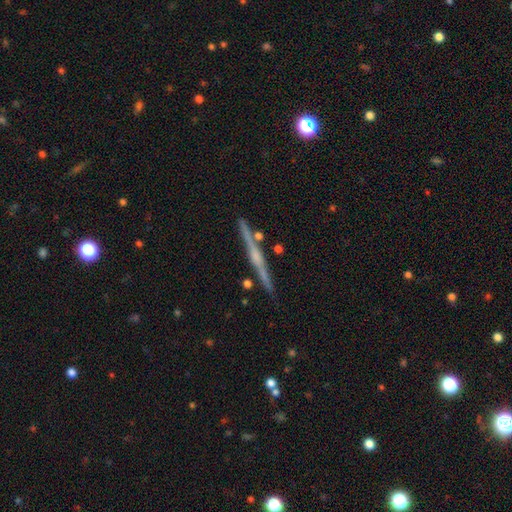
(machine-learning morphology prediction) Smooth or featured? Predicted: featured or disk (p=0.76). Edge-on disk? Predicted: yes (p=0.98). Edge-on bulge? Predicted: rounded (p=0.61). Merging? Predicted: none (p=0.87).